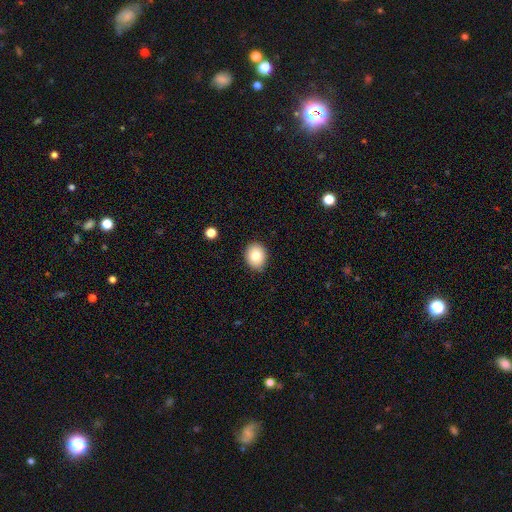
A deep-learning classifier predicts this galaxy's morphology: Smooth or featured?
  - smooth: 79% *
  - featured or disk: 12%
  - star or artifact: 9%
How rounded?
  - round: 56% *
  - in between: 43%
  - cigar-shaped: 1%
Merging?
  - none: 88% *
  - minor disturbance: 9%
  - major disturbance: 2%
  - merger: 1%